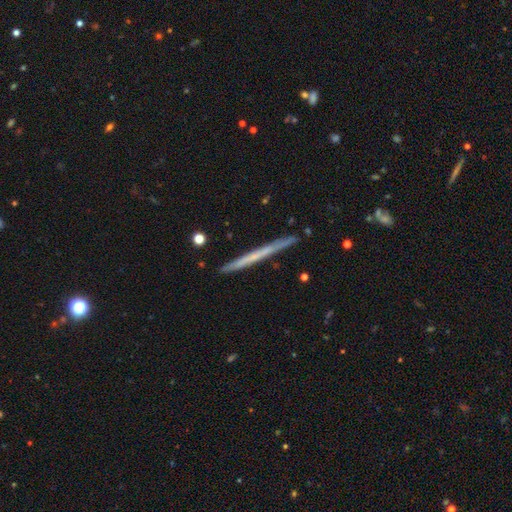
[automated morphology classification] This is possibly a featured or disk galaxy (52%). It is clearly viewed edge-on (97%). Edge-on bulge: clearly none (90%). Merging: clearly none (89%).